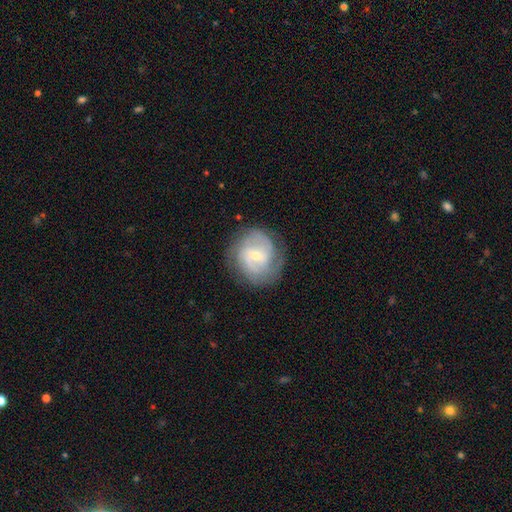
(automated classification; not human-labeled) Morphology: type=featured or disk (79%); edge-on=no (98%); bar=weak (54%); spiral arms=yes (94%); winding=tight (49%); arm count=2 (42%); bulge=small (65%); merging=none (77%).